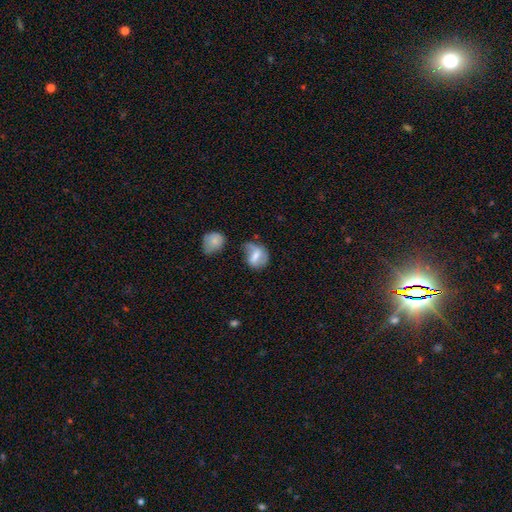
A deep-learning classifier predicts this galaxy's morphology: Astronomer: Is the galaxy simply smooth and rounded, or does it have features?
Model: smooth — 57% (runner-up: featured or disk, 35%).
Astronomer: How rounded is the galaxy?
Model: in between — 53% (runner-up: round, 45%).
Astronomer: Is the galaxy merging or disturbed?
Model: none — 39% (runner-up: minor disturbance, 32%).